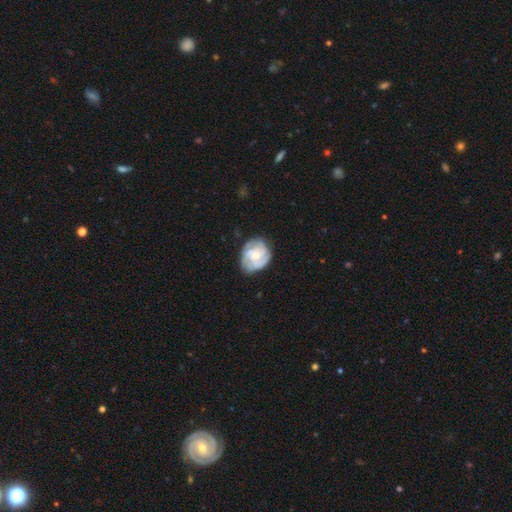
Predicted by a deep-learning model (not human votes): Overall: featured or disk (74%). Edge-on disk: no (98%). Bar: no (65%; weak 29%). Spiral arms: yes (90%). Spiral arm count: 3 (35%; can't tell 26%). Spiral winding: tight (52%; medium 37%). Bulge size: small (46%; moderate 42%). Merging: none (70%).